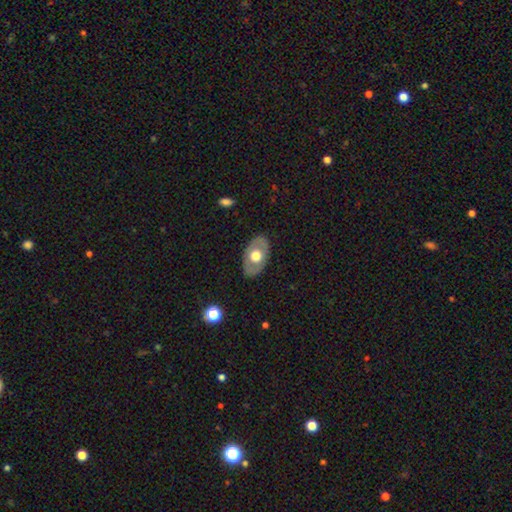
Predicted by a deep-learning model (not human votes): Smooth or featured? Predicted: featured or disk (p=0.48). Merging? Predicted: none (p=0.83).